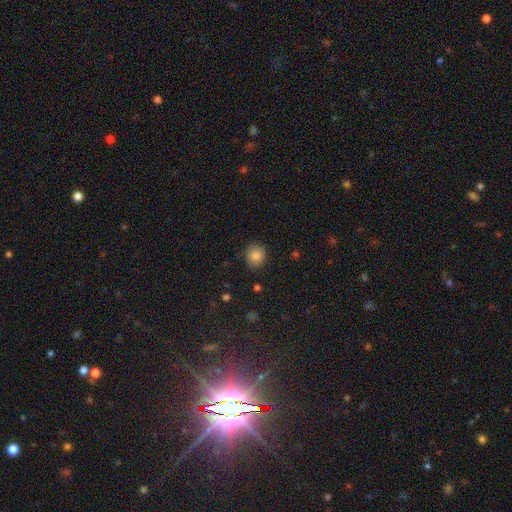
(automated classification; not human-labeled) Overall: smooth (85%). How rounded: round (83%). Merging: none (83%).